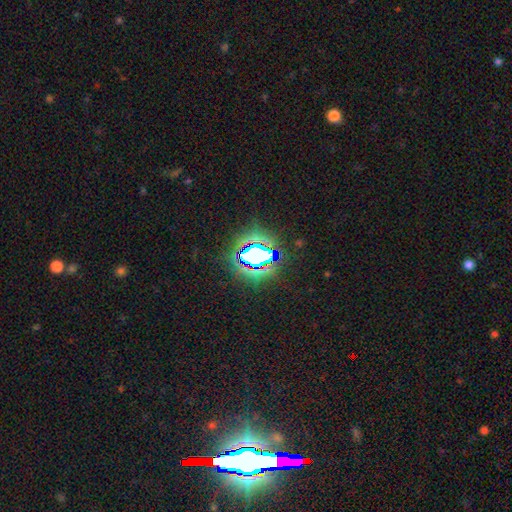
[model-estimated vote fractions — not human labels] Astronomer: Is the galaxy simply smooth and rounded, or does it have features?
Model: star or artifact — 67%.